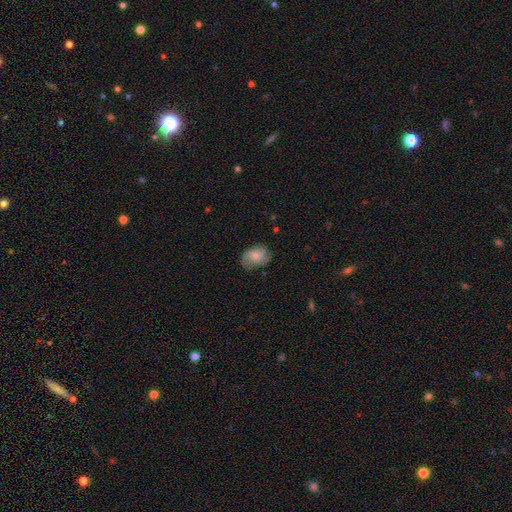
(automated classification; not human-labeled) Overall: smooth (63%; featured or disk 29%). How rounded: in between (75%). Merging: none (61%; minor disturbance 27%).